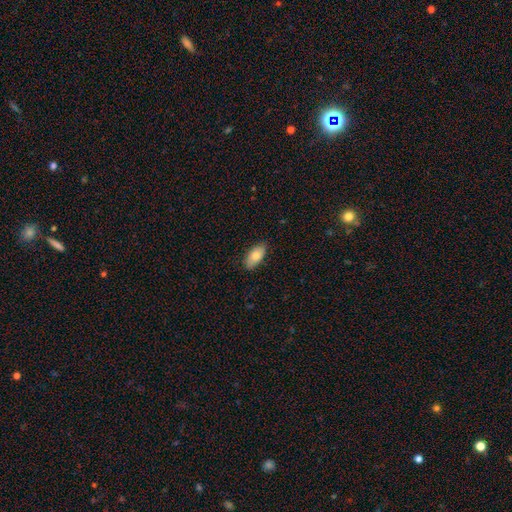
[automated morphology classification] Smooth or featured: smooth — 80% (featured or disk — 13%)
How rounded: in between — 91% (cigar-shaped — 6%)
Merging: none — 85% (minor disturbance — 12%)